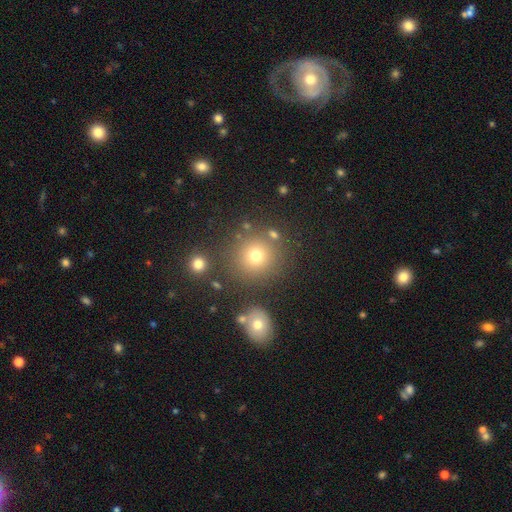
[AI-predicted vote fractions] A smooth galaxy with no disk features (74%) that is round (92%). Merging: none (79%).